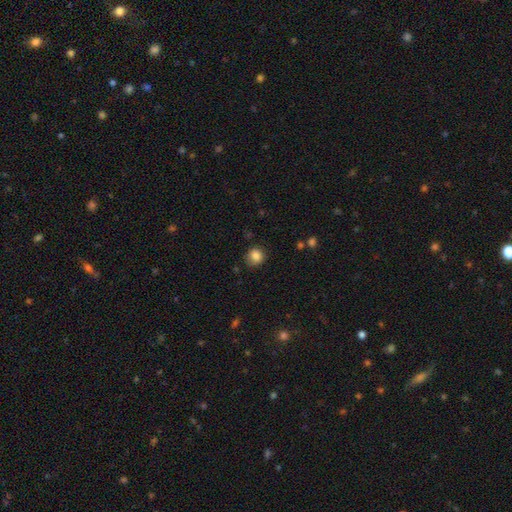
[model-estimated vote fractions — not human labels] Smooth or featured? Predicted: smooth (p=0.85). How rounded? Predicted: round (p=0.85). Merging? Predicted: none (p=0.83).